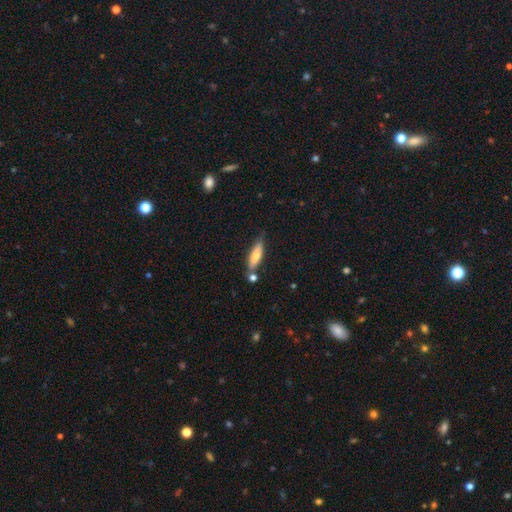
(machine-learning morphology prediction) Smooth or featured? Predicted: smooth (p=0.70). How rounded? Predicted: cigar-shaped (p=0.59). Merging? Predicted: none (p=0.68).